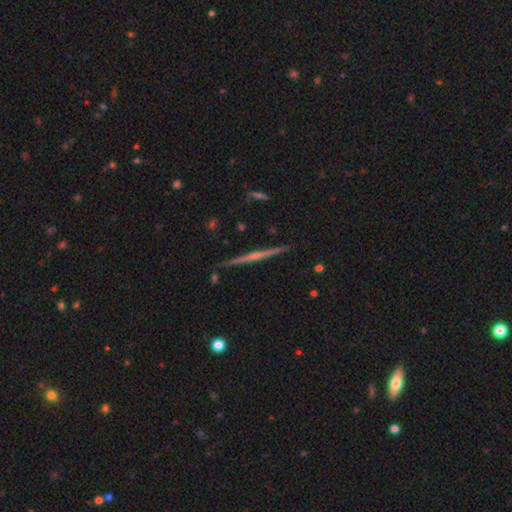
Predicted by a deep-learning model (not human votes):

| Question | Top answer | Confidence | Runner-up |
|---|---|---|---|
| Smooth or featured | featured or disk | 79% | smooth (15%) |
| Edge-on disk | yes | 98% | no (2%) |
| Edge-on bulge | rounded | 58% | none (33%) |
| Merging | none | 92% | minor disturbance (6%) |